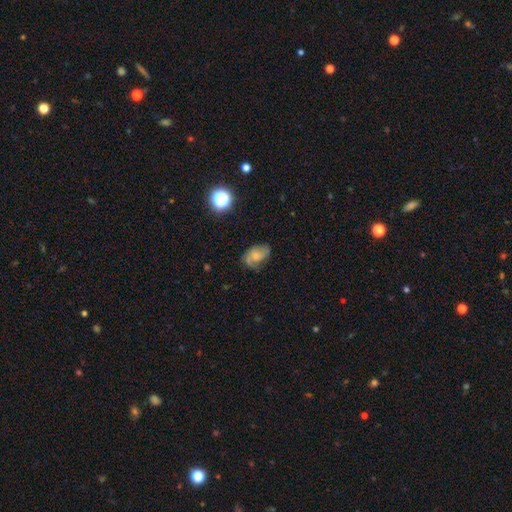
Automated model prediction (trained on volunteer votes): Smooth or featured? Predicted: featured or disk (p=0.47). Merging? Predicted: none (p=0.57).